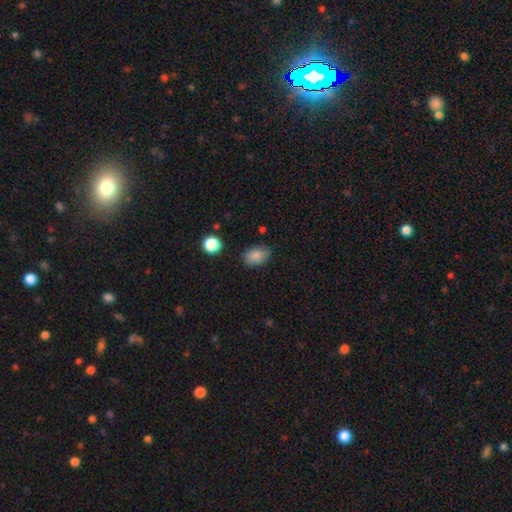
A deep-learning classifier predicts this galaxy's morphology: type=smooth (85%); roundness=in between (81%); merging=none (74%).